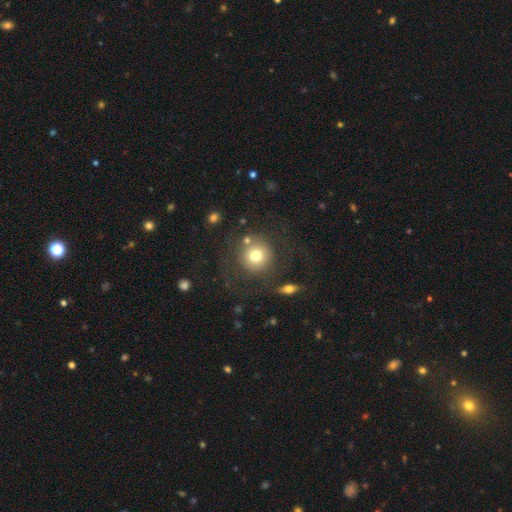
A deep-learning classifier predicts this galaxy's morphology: Smooth or featured? Predicted: smooth (p=0.71). How rounded? Predicted: round (p=0.93). Merging? Predicted: none (p=0.69).